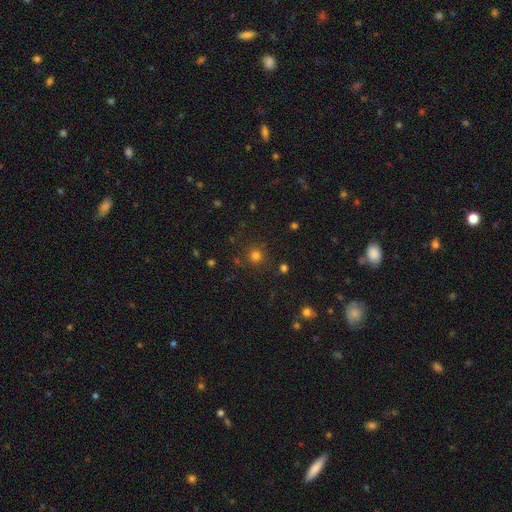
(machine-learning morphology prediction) A smooth galaxy with no disk features (76%) that is round (93%).

Vote fractions:
- Smooth or featured? smooth: 76% / star or artifact: 19% / featured or disk: 5%
- How rounded? round: 93% / in between: 6% / cigar-shaped: 1%
- Merging? none: 84% / minor disturbance: 9% / major disturbance: 4% / merger: 3%